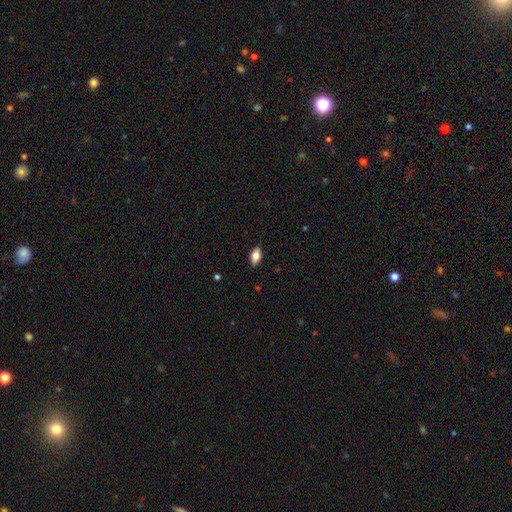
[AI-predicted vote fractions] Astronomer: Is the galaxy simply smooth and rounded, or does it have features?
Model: smooth — 77%.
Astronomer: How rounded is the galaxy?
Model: in between — 89%.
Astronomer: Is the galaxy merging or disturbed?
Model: none — 86%.